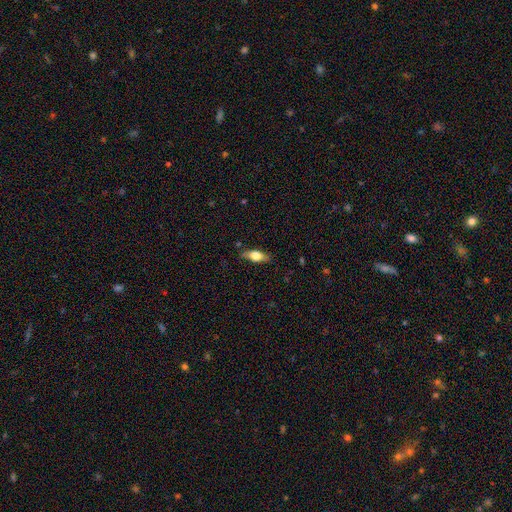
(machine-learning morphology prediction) Smooth or featured: smooth — 59% (featured or disk — 34%)
How rounded: in between — 71% (cigar-shaped — 24%)
Merging: none — 79% (minor disturbance — 16%)